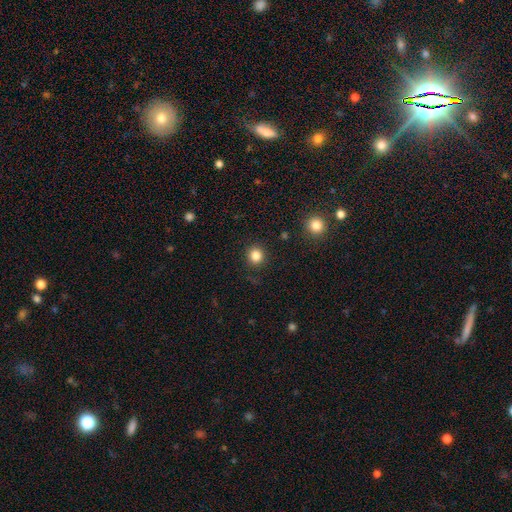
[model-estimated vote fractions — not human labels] A smooth galaxy with no disk features (83%) that is round (92%). Merging: none (90%).